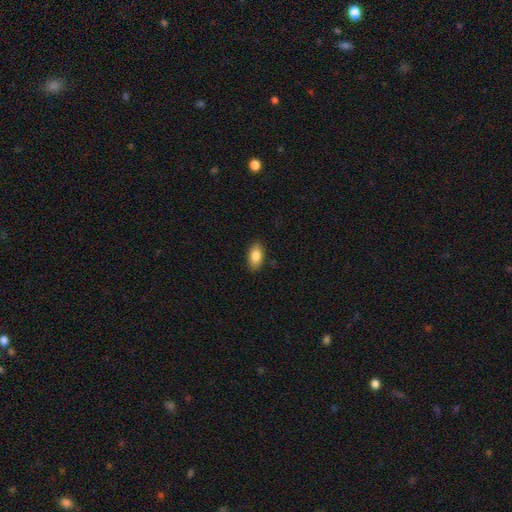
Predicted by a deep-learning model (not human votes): Morphology: type=smooth (84%); roundness=in between (91%); merging=none (88%).